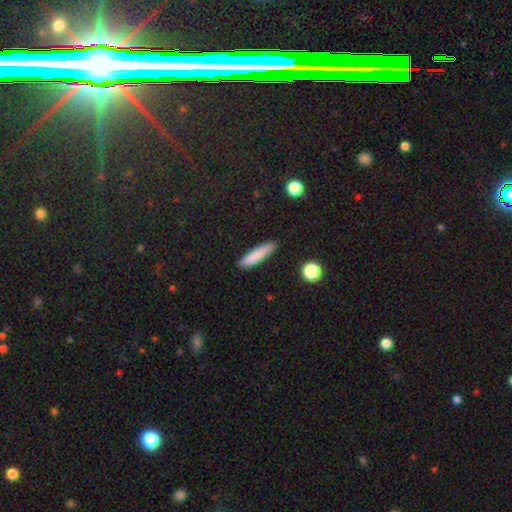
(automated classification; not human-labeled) Overall: smooth (82%). How rounded: cigar-shaped (86%). Merging: none (86%).